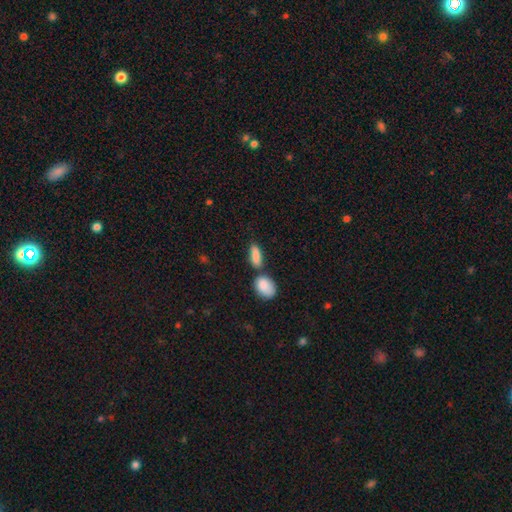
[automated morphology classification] smooth-or-featured: smooth: 86% | star or artifact: 7% | featured or disk: 7%
  how-rounded: in between: 71% | cigar-shaped: 24% | round: 5%
  merging: none: 51% | merger: 32% | minor disturbance: 12% | major disturbance: 4%